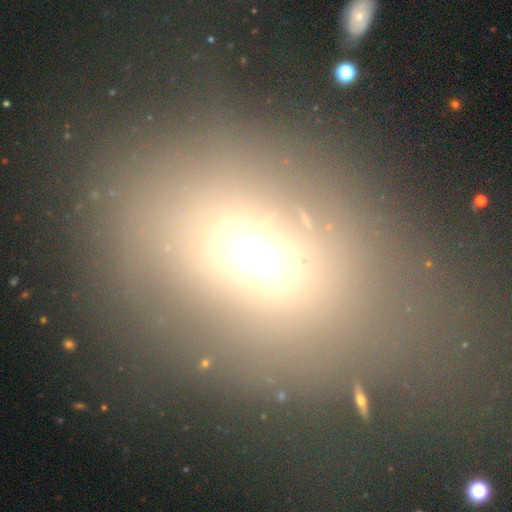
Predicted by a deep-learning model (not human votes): smooth 62%, star or artifact 22%, featured or disk 16%. Down the decision tree: how rounded — in between (58%); merging — none (70%).